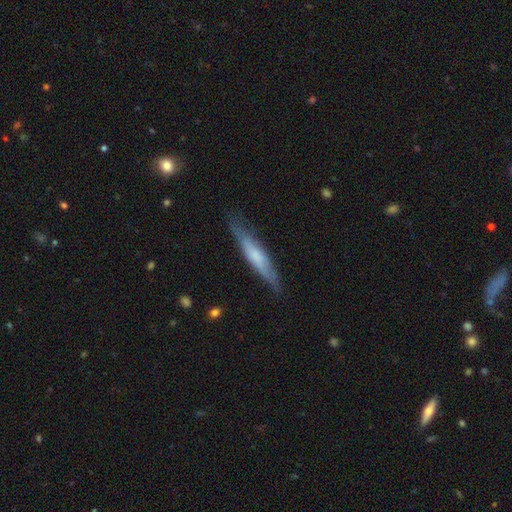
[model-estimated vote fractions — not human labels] A smooth galaxy with no disk features (50%). Merging: none (79%).